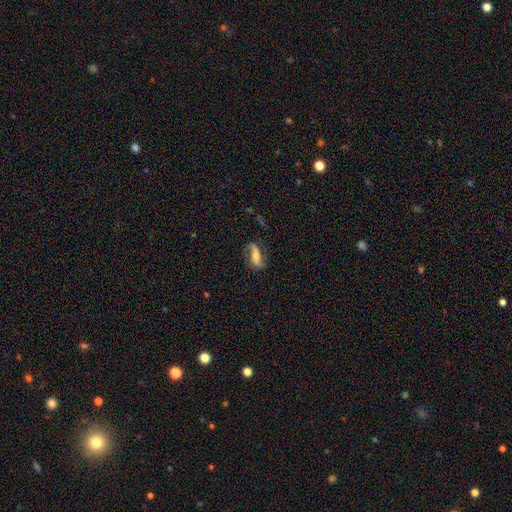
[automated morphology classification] A featured or disk galaxy (68%) with a strong bar (42%), 2 (87%) loose (53%) spiral arms (90%) and a moderate central bulge (46%).

Vote fractions:
- Smooth or featured? featured or disk: 68% / smooth: 24% / star or artifact: 7%
- Edge-on disk? no: 90% / yes: 10%
- Bar? strong: 42% / weak: 29% / no: 28%
- Spiral arms? yes: 90% / no: 10%
- Spiral winding? loose: 53% / medium: 32% / tight: 15%
- Spiral arm count? 2: 87% / 1: 6% / can't tell: 4% / 3: 1% / 4: 1% / more than 4: 1%
- Bulge size? moderate: 46% / small: 33% / large: 11% / none: 7% / dominant: 2%
- Merging? none: 72% / minor disturbance: 17% / major disturbance: 9% / merger: 2%